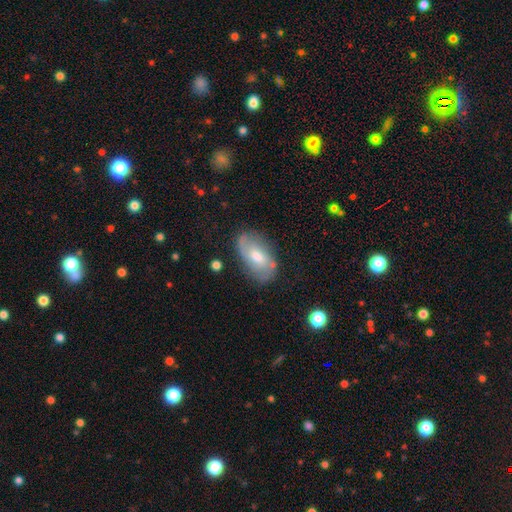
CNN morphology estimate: This appears to be a featured or disk galaxy (54%) with no bar (52%), spiral arms (77%) and a moderate central bulge (64%). Merging: none (74%).